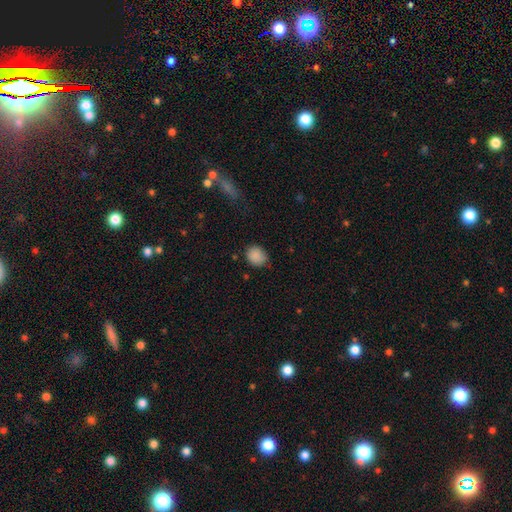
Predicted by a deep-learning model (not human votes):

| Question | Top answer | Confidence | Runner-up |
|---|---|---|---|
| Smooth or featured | smooth | 88% | star or artifact (9%) |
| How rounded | round | 67% | in between (32%) |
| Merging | none | 77% | minor disturbance (18%) |